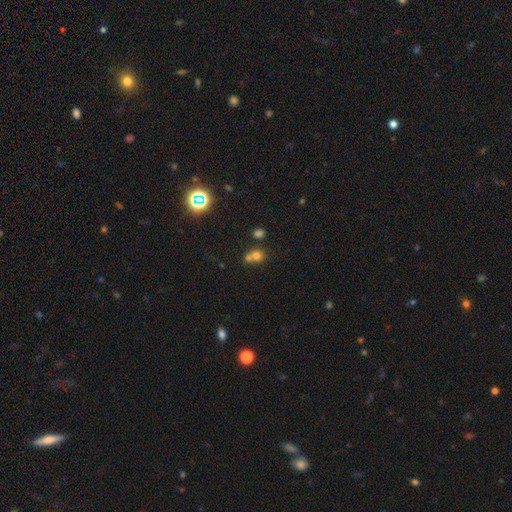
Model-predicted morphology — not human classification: Smooth or featured?
  - smooth: 68% *
  - star or artifact: 19%
  - featured or disk: 12%
How rounded?
  - round: 73% *
  - in between: 25%
  - cigar-shaped: 1%
Merging?
  - merger: 49% *
  - none: 40%
  - minor disturbance: 8%
  - major disturbance: 4%